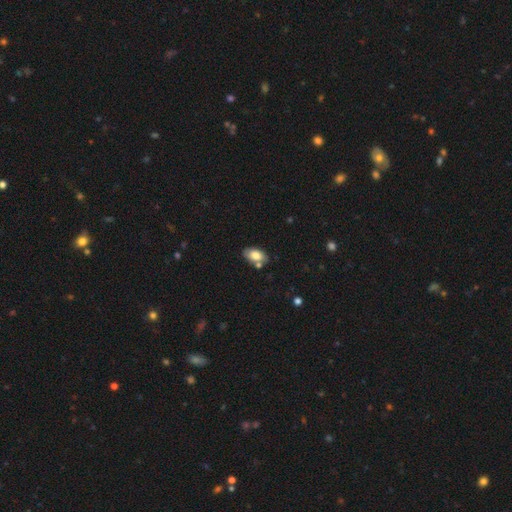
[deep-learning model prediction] Smooth or featured?
  - smooth: 75% *
  - featured or disk: 18%
  - star or artifact: 7%
How rounded?
  - in between: 93% *
  - round: 5%
  - cigar-shaped: 2%
Merging?
  - none: 66% *
  - minor disturbance: 18%
  - merger: 12%
  - major disturbance: 4%